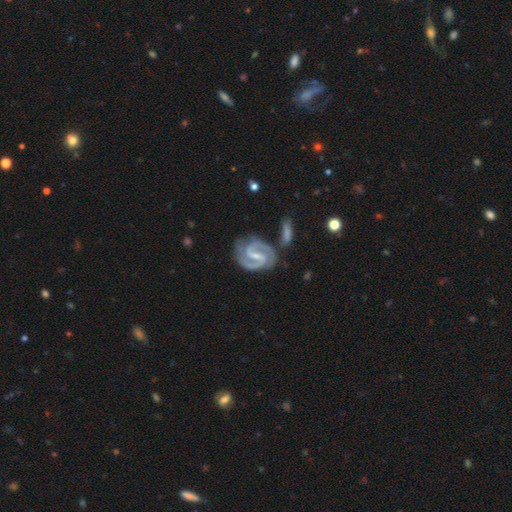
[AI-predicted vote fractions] Overall: featured or disk (92%). Edge-on disk: no (98%). Bar: strong (47%; weak 41%). Spiral arms: yes (98%). Spiral arm count: 2 (90%). Spiral winding: medium (54%; tight 36%). Bulge size: small (64%). Merging: none (69%).